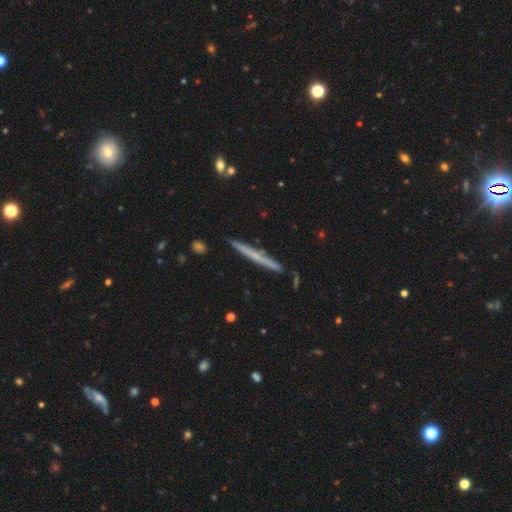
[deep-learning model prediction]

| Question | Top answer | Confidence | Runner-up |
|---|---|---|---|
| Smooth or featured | featured or disk | 53% | smooth (40%) |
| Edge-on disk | yes | 97% | no (3%) |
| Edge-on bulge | none | 75% | rounded (21%) |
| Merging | none | 89% | minor disturbance (8%) |